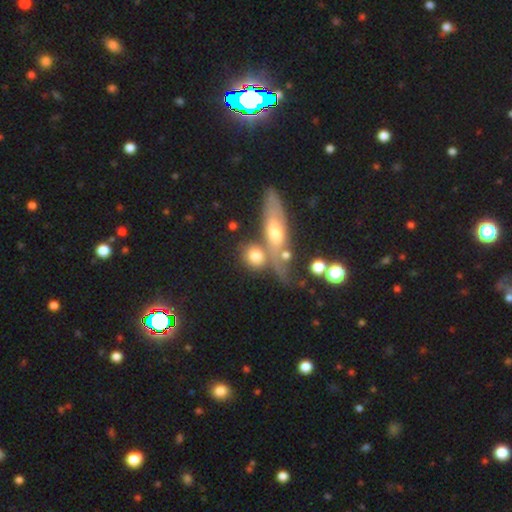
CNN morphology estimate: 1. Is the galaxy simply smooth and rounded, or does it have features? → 72% smooth, 18% featured or disk, 10% star or artifact.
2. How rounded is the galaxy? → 63% round, 26% in between, 10% cigar-shaped.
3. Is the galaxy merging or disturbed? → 51% none, 30% merger, 12% minor disturbance, 7% major disturbance.